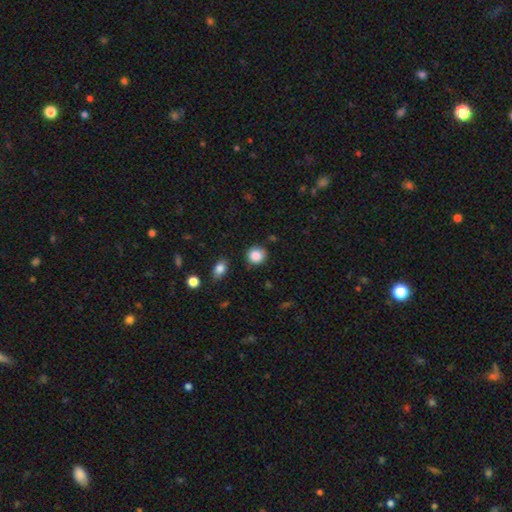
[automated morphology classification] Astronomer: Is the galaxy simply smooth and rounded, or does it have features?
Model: smooth — 87%.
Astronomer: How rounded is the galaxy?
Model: round — 87%.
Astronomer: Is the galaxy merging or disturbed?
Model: none — 84%.